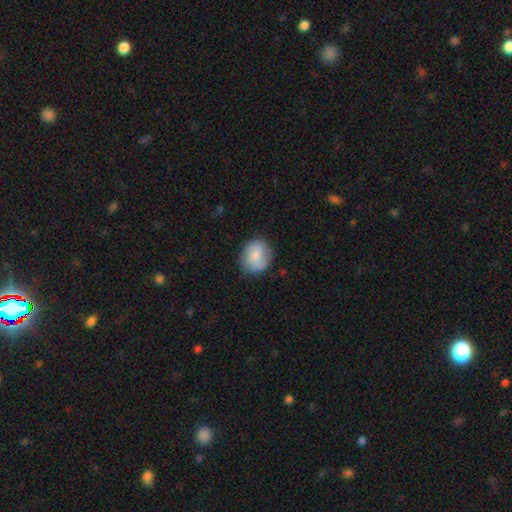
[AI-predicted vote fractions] Q: Smooth or featured?
A: smooth (67%); runner-up: featured or disk (26%)
Q: How rounded?
A: round (61%); runner-up: in between (38%)
Q: Merging?
A: none (75%); runner-up: minor disturbance (18%)